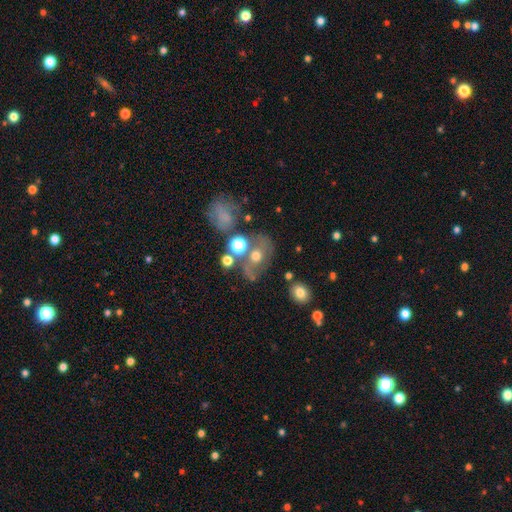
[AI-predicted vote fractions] This appears to be a smooth galaxy with no disk features (46%). Merging: none (46%).